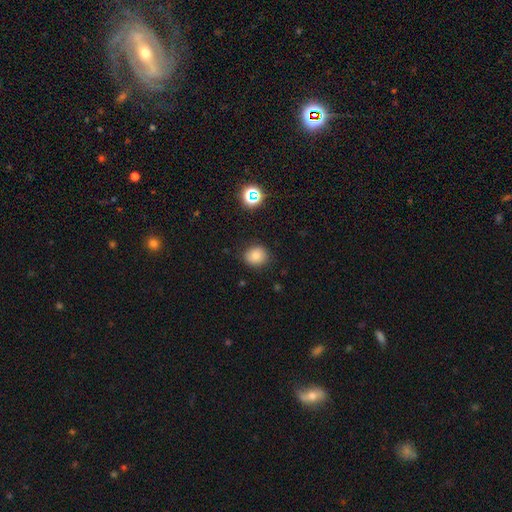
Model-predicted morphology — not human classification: Smooth or featured: smooth — 78% (star or artifact — 13%)
How rounded: round — 76% (in between — 23%)
Merging: none — 86% (minor disturbance — 10%)